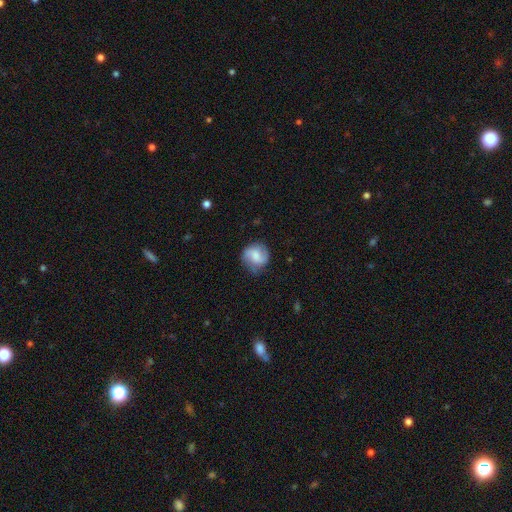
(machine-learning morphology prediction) type=featured or disk (47%); merging=none (72%).